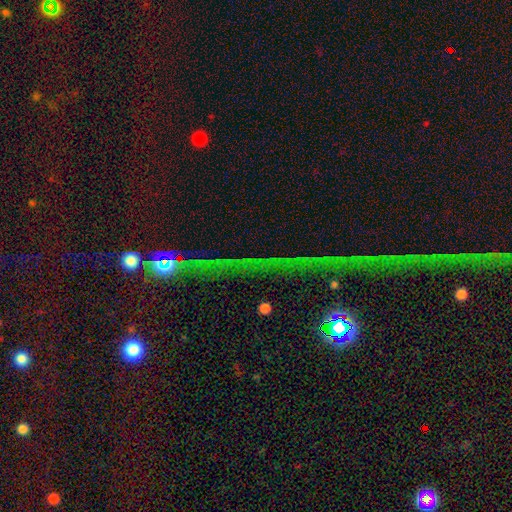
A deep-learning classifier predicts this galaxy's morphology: Smooth or featured? star or artifact (76%)